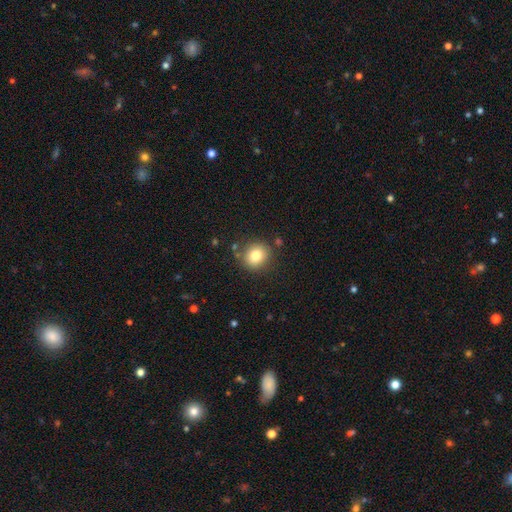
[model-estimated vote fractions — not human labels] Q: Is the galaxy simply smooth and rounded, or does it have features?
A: smooth — 80%.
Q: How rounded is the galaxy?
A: round — 82%.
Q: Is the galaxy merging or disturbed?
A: none — 84%.